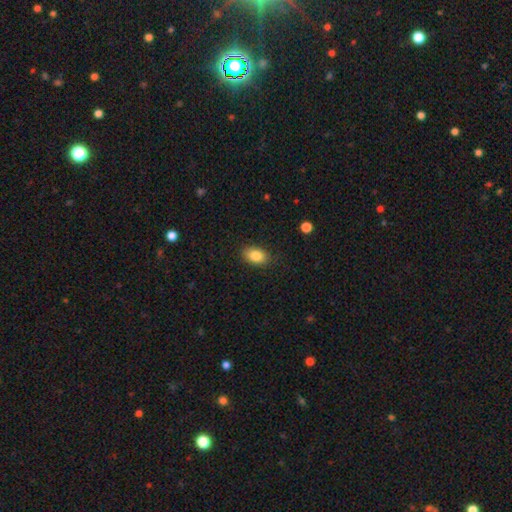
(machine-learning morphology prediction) A smooth galaxy with no disk features (85%) that is in between round and cigar-shaped (87%). Merging: none (86%).